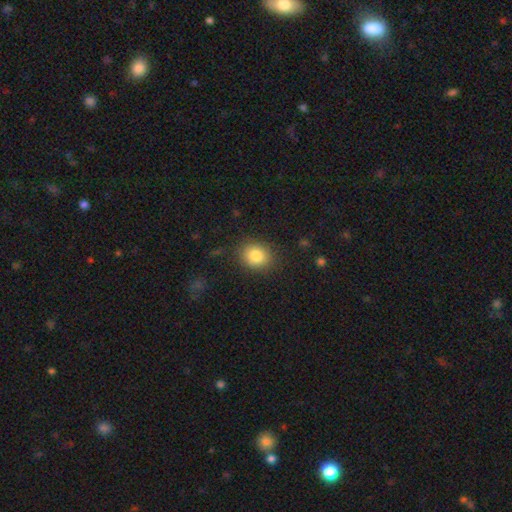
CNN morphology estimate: This is clearly a smooth galaxy (84%). How rounded: likely round (66%). Merging: clearly none (86%).